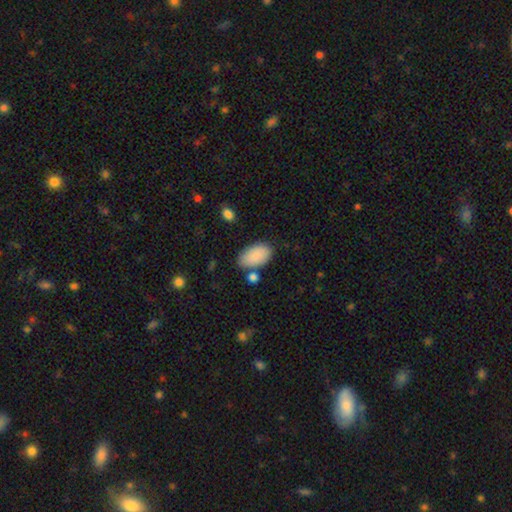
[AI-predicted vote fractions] A smooth galaxy with no disk features (87%) that is in between round and cigar-shaped (95%). Merging: none (74%).